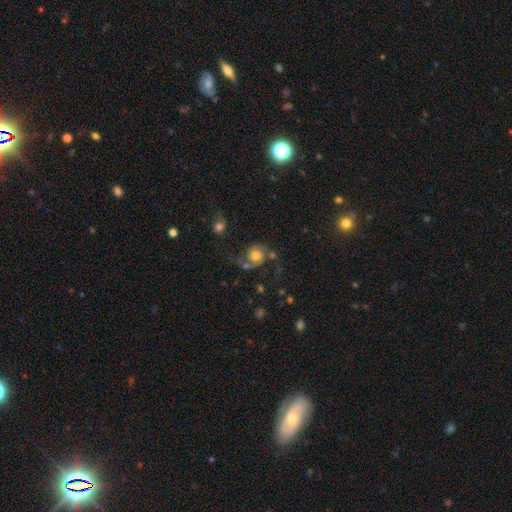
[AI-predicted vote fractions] Q: Smooth or featured?
A: featured or disk (55%); runner-up: smooth (35%)
Q: Edge-on disk?
A: no (97%); runner-up: yes (3%)
Q: Bar?
A: no (79%); runner-up: weak (17%)
Q: Spiral arms?
A: yes (86%); runner-up: no (14%)
Q: Bulge size?
A: moderate (61%); runner-up: large (20%)
Q: Merging?
A: none (49%); runner-up: major disturbance (20%)